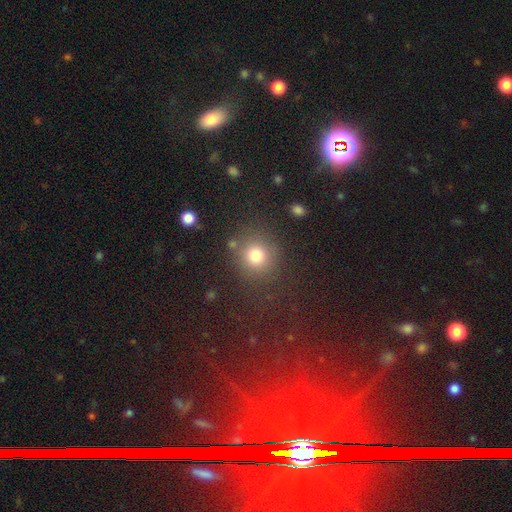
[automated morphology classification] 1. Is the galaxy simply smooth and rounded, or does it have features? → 78% smooth, 15% star or artifact, 7% featured or disk.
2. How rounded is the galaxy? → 86% round, 13% in between, 1% cigar-shaped.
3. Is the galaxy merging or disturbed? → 78% none, 11% minor disturbance, 6% major disturbance, 5% merger.